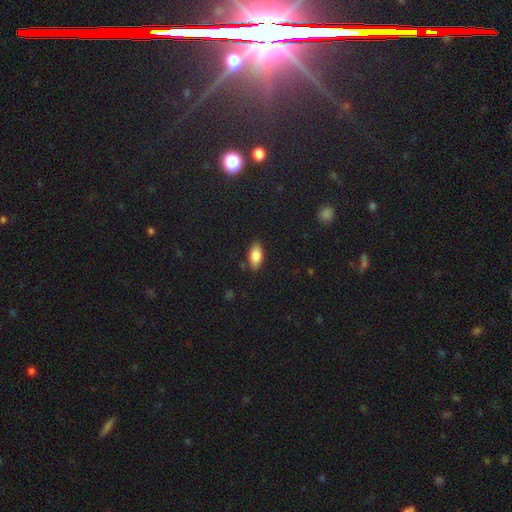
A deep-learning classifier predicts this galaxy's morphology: A smooth galaxy with no disk features (83%) that is in between round and cigar-shaped (90%). Merging: none (84%).